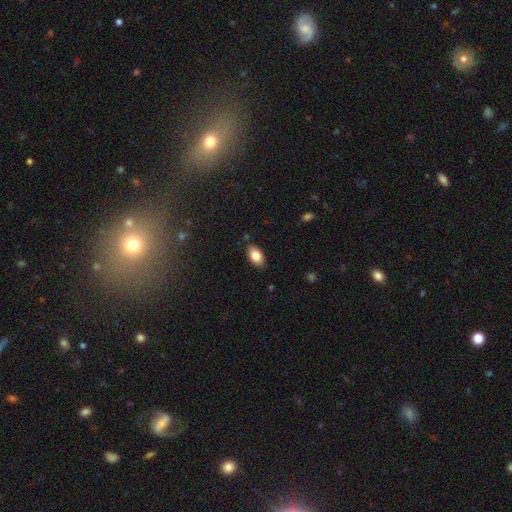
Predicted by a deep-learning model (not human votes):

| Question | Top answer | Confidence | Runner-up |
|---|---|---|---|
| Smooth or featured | smooth | 82% | featured or disk (10%) |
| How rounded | in between | 92% | round (6%) |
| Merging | none | 84% | minor disturbance (12%) |